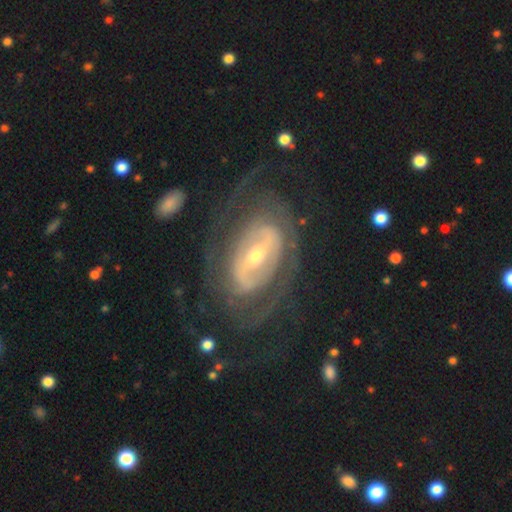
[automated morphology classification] The model was most divided on "bulge size" (2-way tie): moderate: 47%, small: 47%, large: 4%, dominant: 1%, none: 1%. Remaining: edge-on disk — no (94%); smooth or featured — featured or disk (85%); spiral arms — yes (78%); merging — none (67%); spiral winding — tight (52%); bar — strong (47%); spiral arm count — 2 (45%).